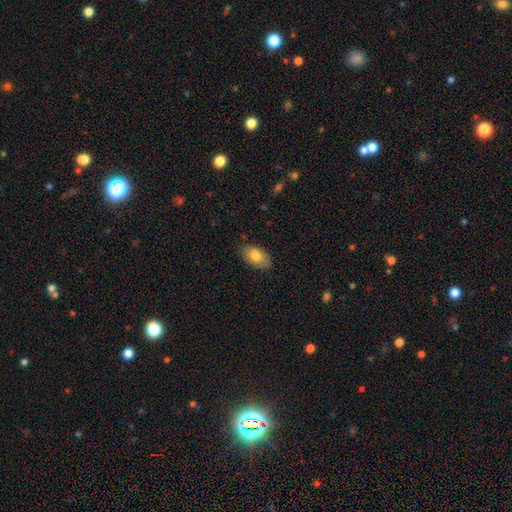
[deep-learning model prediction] Smooth or featured: smooth — 79% (featured or disk — 14%)
How rounded: in between — 93% (round — 5%)
Merging: none — 80% (minor disturbance — 16%)